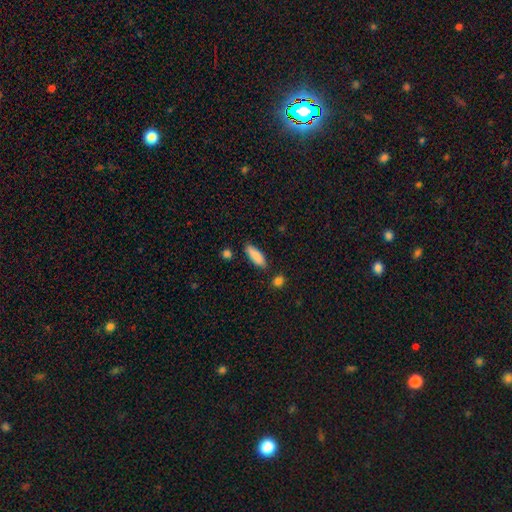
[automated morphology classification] smooth-or-featured: smooth: 88% | featured or disk: 6% | star or artifact: 6%
  how-rounded: in between: 60% | cigar-shaped: 38% | round: 2%
  merging: none: 82% | minor disturbance: 12% | merger: 4% | major disturbance: 3%